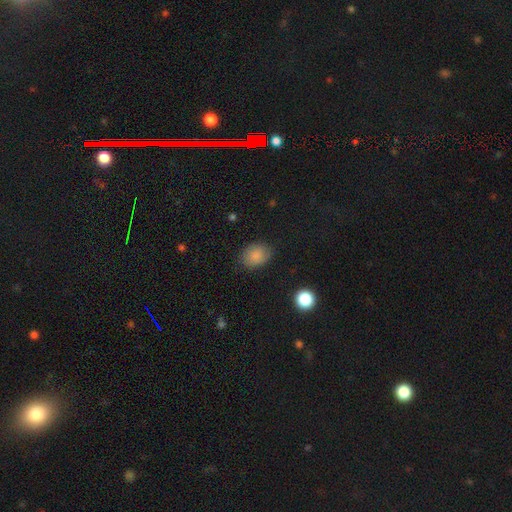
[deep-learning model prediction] smooth_or_featured: smooth (p=0.86) [alt: star or artifact p=0.09]
how_rounded: in between (p=0.65) [alt: round p=0.34]
merging: none (p=0.80) [alt: minor disturbance p=0.15]